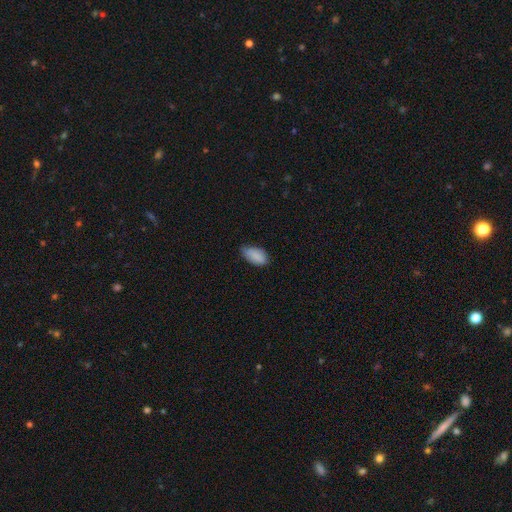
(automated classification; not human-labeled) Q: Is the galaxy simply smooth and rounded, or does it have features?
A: smooth — 87%.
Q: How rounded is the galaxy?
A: in between — 94%.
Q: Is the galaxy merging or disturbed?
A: none — 59%.